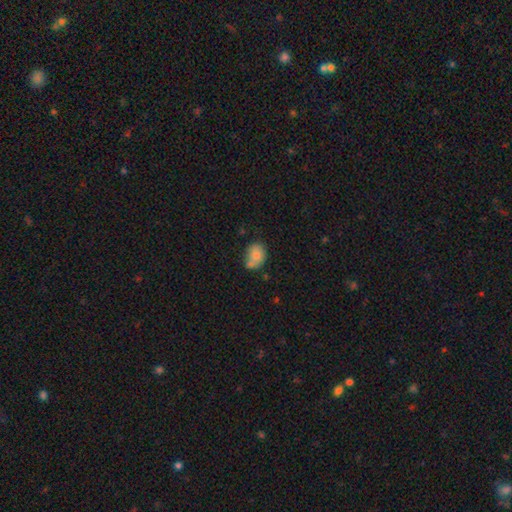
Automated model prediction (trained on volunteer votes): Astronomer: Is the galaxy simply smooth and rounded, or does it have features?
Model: smooth — 78%.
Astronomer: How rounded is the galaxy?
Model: in between — 55% (runner-up: round, 44%).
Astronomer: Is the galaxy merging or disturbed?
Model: none — 45% (runner-up: merger, 26%).